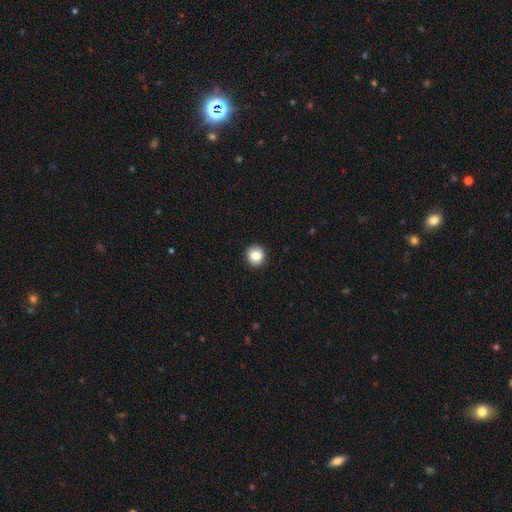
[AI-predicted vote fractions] Smooth or featured?
  - smooth: 84% *
  - star or artifact: 9%
  - featured or disk: 7%
How rounded?
  - round: 92% *
  - in between: 7%
  - cigar-shaped: 1%
Merging?
  - none: 92% *
  - minor disturbance: 6%
  - major disturbance: 2%
  - merger: 1%